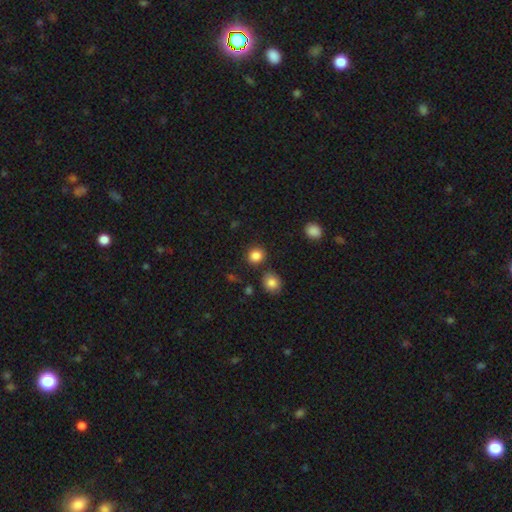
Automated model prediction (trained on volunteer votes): This is clearly a smooth galaxy (86%). How rounded: clearly round (85%). Merging: clearly none (84%).